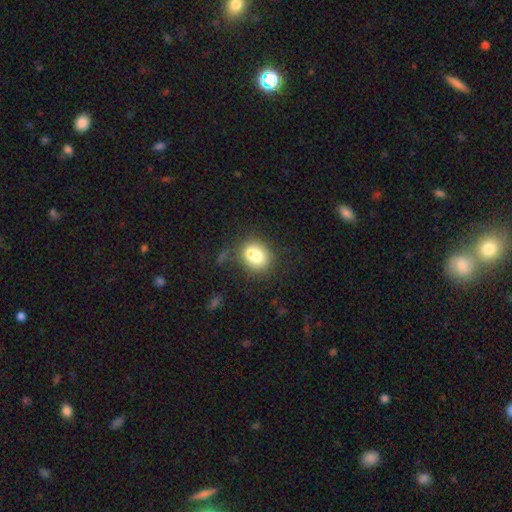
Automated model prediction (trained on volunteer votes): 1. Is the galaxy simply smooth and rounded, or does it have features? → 71% smooth, 19% featured or disk, 10% star or artifact.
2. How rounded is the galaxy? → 60% round, 39% in between, 1% cigar-shaped.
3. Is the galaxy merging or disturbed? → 45% none, 35% merger, 14% minor disturbance, 6% major disturbance.